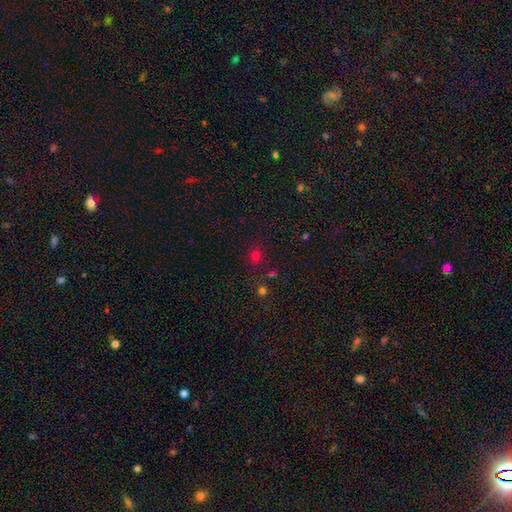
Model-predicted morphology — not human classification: Smooth or featured?
  - smooth: 71% *
  - star or artifact: 23%
  - featured or disk: 6%
How rounded?
  - round: 81% *
  - in between: 18%
  - cigar-shaped: 1%
Merging?
  - none: 81% *
  - minor disturbance: 10%
  - merger: 6%
  - major disturbance: 4%